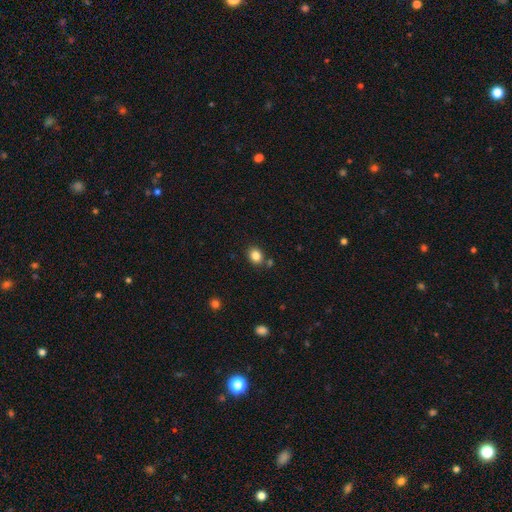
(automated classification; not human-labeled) smooth 84%, star or artifact 11%, featured or disk 5%. Down the decision tree: how rounded — round (60%); merging — none (80%).